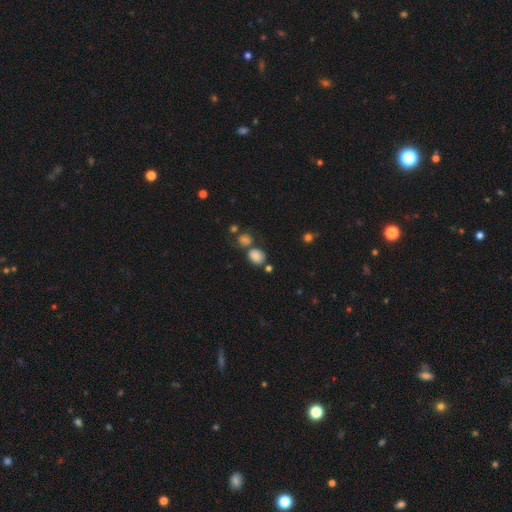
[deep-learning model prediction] Smooth or featured: smooth — 83% (star or artifact — 12%)
How rounded: round — 55% (in between — 44%)
Merging: none — 59% (merger — 24%)